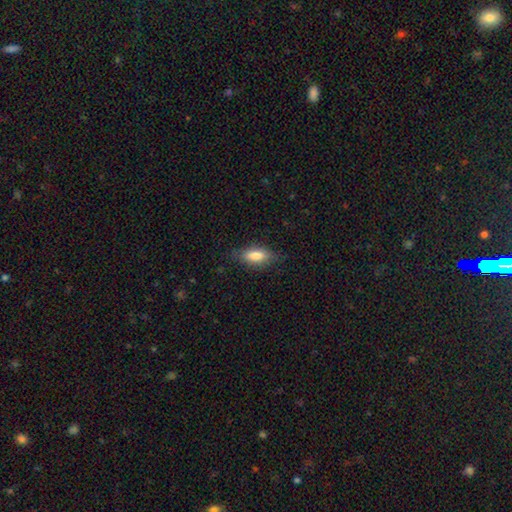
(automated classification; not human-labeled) A smooth galaxy with no disk features (76%) that is in between round and cigar-shaped (74%). Merging: none (78%).